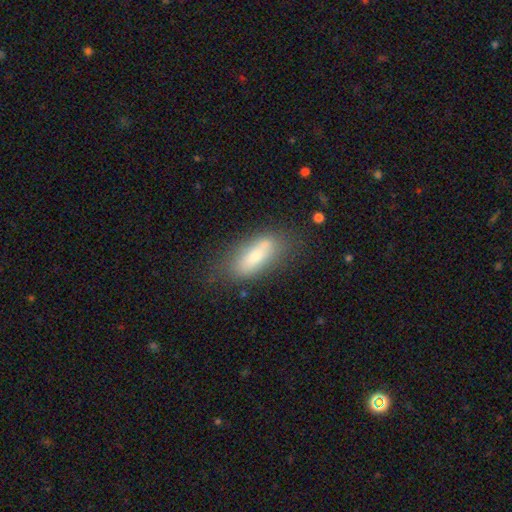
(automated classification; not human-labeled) A smooth galaxy with no disk features (69%) that is in between round and cigar-shaped (69%). Merging: none (62%).